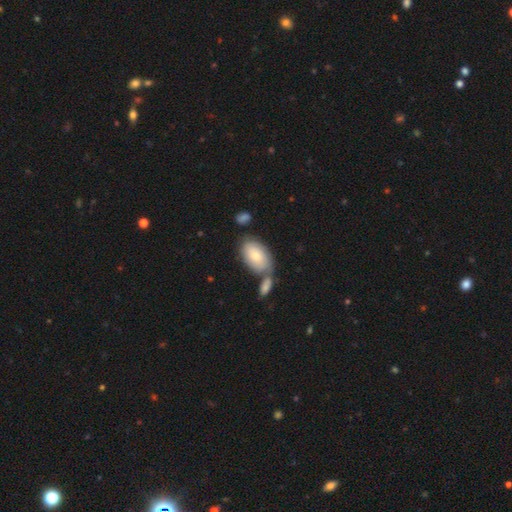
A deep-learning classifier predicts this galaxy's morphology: Smooth or featured?
  - smooth: 72% *
  - featured or disk: 22%
  - star or artifact: 6%
How rounded?
  - in between: 93% *
  - round: 6%
  - cigar-shaped: 2%
Merging?
  - none: 49% *
  - merger: 29%
  - minor disturbance: 17%
  - major disturbance: 5%